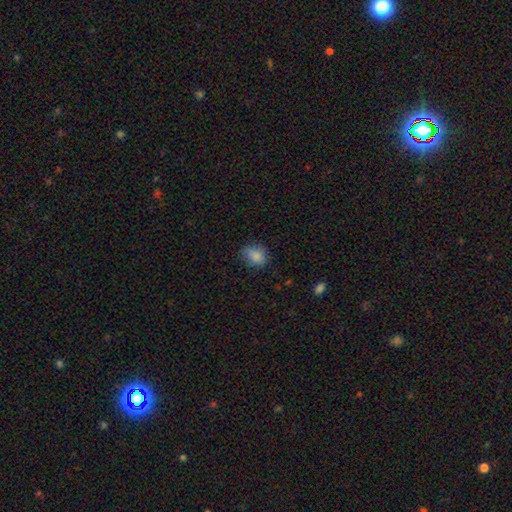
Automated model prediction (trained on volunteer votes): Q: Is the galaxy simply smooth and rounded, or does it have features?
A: smooth — 84%.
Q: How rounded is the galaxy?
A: in between — 57%.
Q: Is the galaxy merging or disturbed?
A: none — 65%.